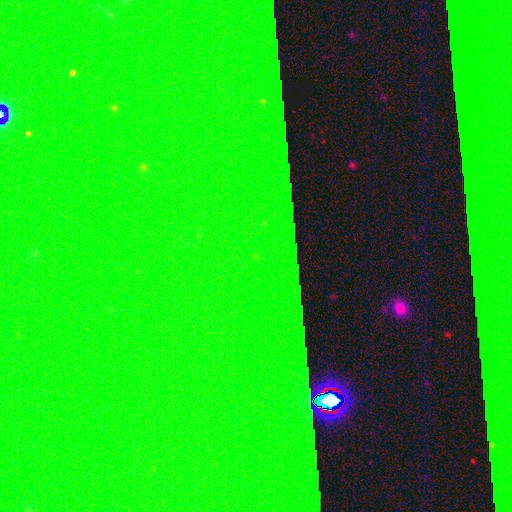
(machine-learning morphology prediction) This is clearly a star or artifact rather than a galaxy (87%).